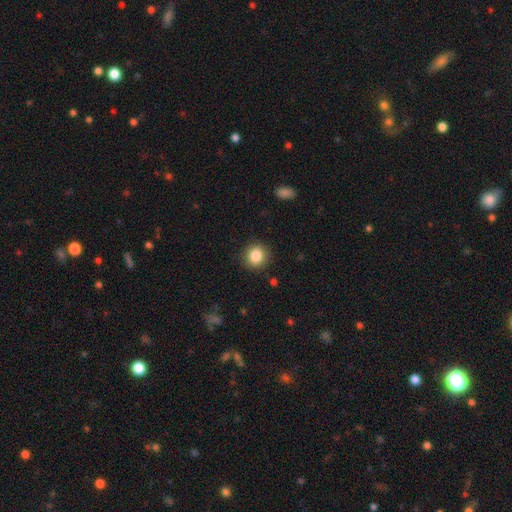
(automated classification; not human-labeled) Smooth or featured?
  - smooth: 86% *
  - star or artifact: 10%
  - featured or disk: 5%
How rounded?
  - round: 85% *
  - in between: 14%
  - cigar-shaped: 1%
Merging?
  - none: 88% *
  - minor disturbance: 8%
  - major disturbance: 2%
  - merger: 1%